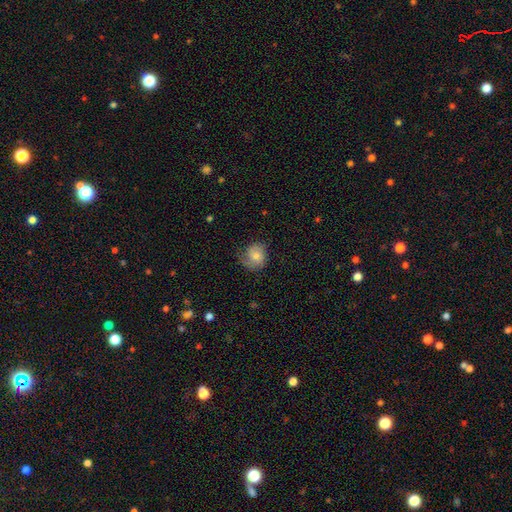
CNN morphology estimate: Smooth or featured? Predicted: smooth (p=0.57). How rounded? Predicted: round (p=0.71). Merging? Predicted: none (p=0.55).